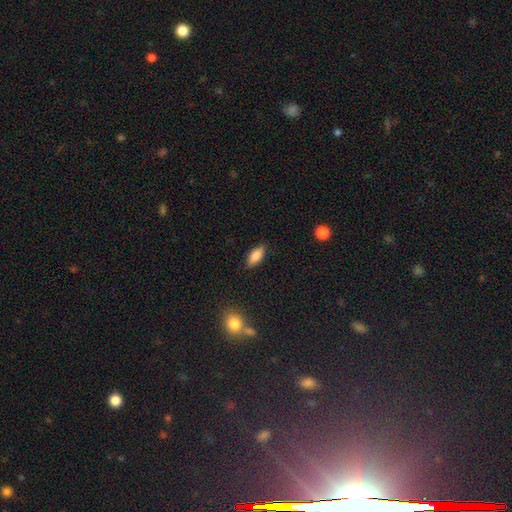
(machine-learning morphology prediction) Q: Smooth or featured?
A: smooth (82%); runner-up: featured or disk (11%)
Q: How rounded?
A: in between (81%); runner-up: cigar-shaped (16%)
Q: Merging?
A: none (86%); runner-up: minor disturbance (10%)